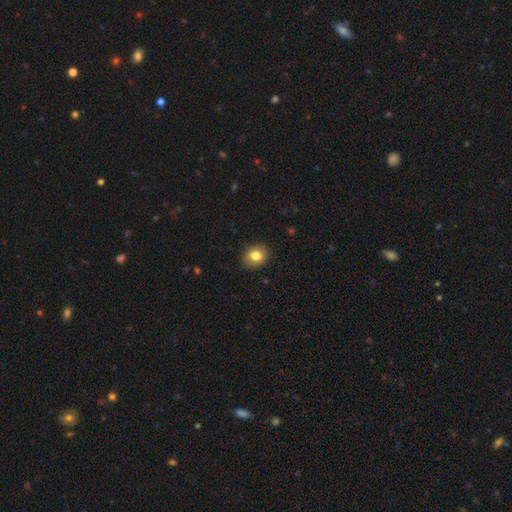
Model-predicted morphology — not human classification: smooth 81%, featured or disk 10%, star or artifact 9%. Down the decision tree: how rounded — round (59%); merging — none (88%).